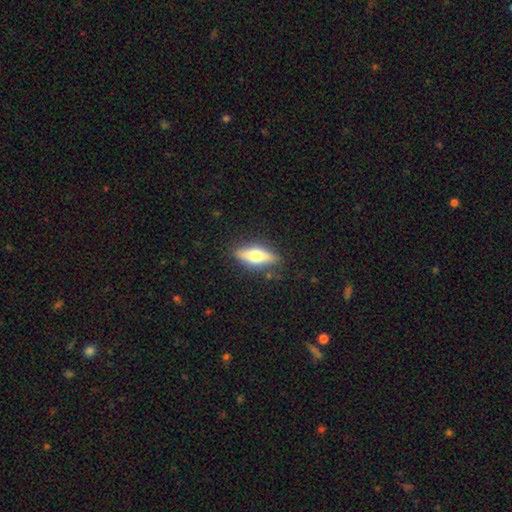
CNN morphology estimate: A smooth galaxy with no disk features (53%) that is in between round and cigar-shaped (55%).

Vote fractions:
- Smooth or featured? smooth: 53% / featured or disk: 40% / star or artifact: 6%
- How rounded? in between: 55% / cigar-shaped: 41% / round: 3%
- Merging? none: 82% / minor disturbance: 13% / major disturbance: 3% / merger: 2%